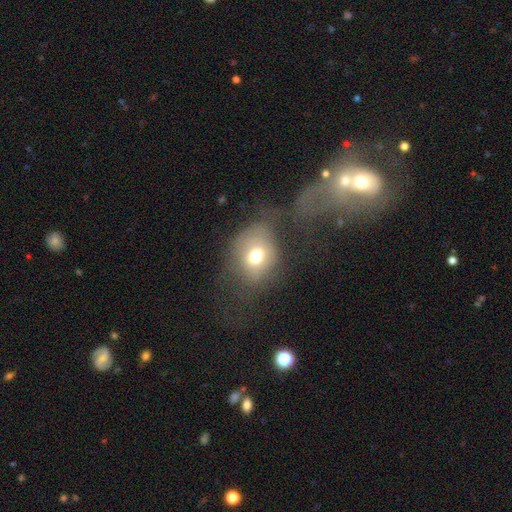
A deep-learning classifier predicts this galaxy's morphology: This is likely a smooth galaxy (66%). How rounded: possibly round (56%). Merging: marginally none (41%).